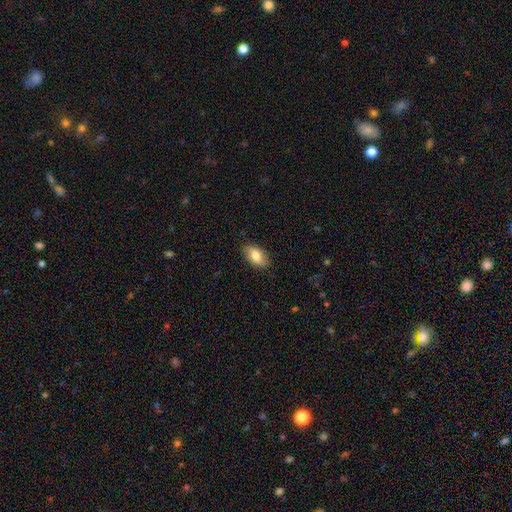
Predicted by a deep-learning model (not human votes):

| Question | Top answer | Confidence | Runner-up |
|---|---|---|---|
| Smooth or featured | smooth | 78% | featured or disk (15%) |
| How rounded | in between | 90% | round (6%) |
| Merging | none | 85% | minor disturbance (11%) |